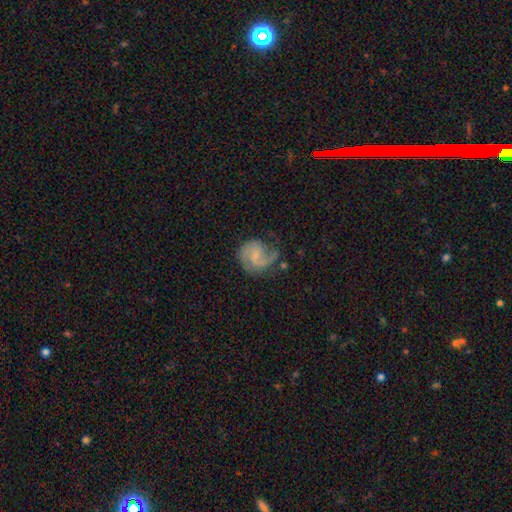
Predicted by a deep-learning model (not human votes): Smooth or featured? Predicted: featured or disk (p=0.78). Edge-on disk? Predicted: no (p=0.98). Bar? Predicted: no (p=0.48). Spiral arms? Predicted: yes (p=0.95). Spiral winding? Predicted: medium (p=0.49). Spiral arm count? Predicted: 2 (p=0.72). Bulge size? Predicted: small (p=0.61). Merging? Predicted: none (p=0.59).